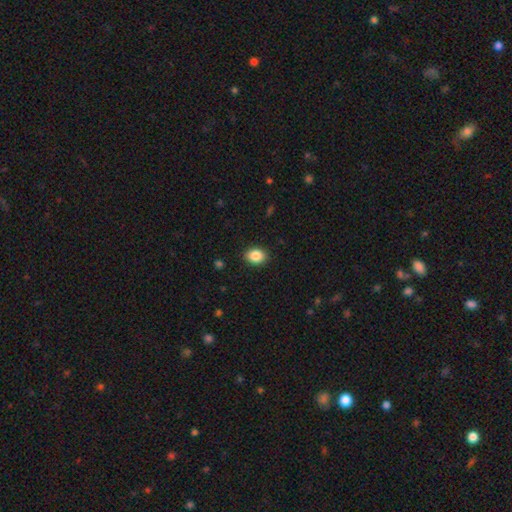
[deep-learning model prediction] This appears to be a smooth galaxy with no disk features (87%) that is in between round and cigar-shaped (64%). Merging: none (90%).